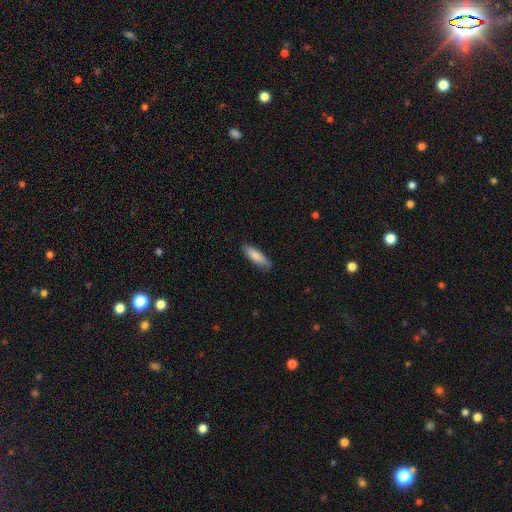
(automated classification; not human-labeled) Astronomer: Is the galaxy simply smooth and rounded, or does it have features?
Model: smooth — 82%.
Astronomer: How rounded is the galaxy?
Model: cigar-shaped — 57% (runner-up: in between, 42%).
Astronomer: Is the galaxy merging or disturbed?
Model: none — 81%.